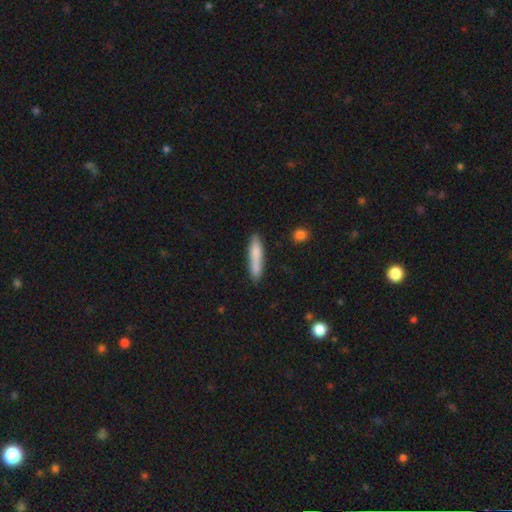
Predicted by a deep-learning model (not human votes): The model was most divided on "merging": none: 75%, minor disturbance: 16%, merger: 6%, major disturbance: 3%. More confident: how rounded — cigar-shaped (87%); smooth or featured — smooth (78%).